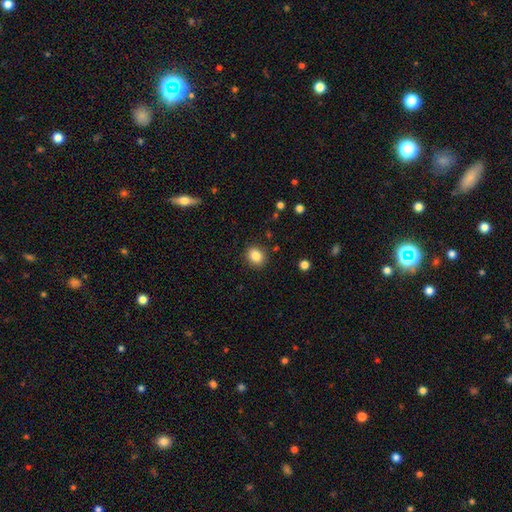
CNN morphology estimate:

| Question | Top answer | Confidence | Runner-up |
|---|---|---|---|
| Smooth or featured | smooth | 84% | star or artifact (10%) |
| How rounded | round | 64% | in between (35%) |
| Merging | none | 89% | minor disturbance (8%) |